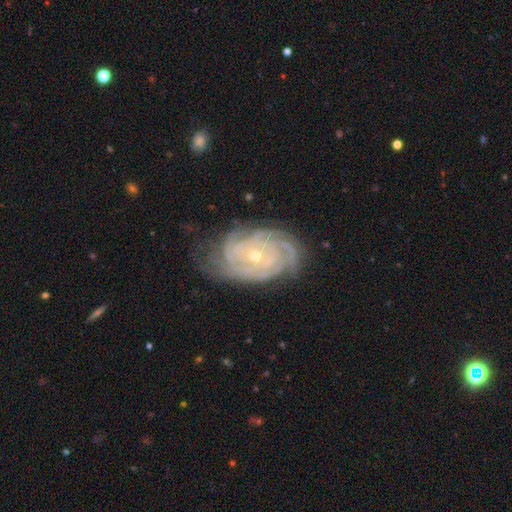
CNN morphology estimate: A featured or disk galaxy (90%) with no bar (72%), 4 (30%) tight (84%) spiral arms (98%) and a small central bulge (68%).

Vote fractions:
- Smooth or featured? featured or disk: 90% / star or artifact: 5% / smooth: 5%
- Edge-on disk? no: 97% / yes: 3%
- Bar? no: 72% / weak: 20% / strong: 8%
- Spiral arms? yes: 98% / no: 2%
- Spiral winding? tight: 84% / medium: 14% / loose: 2%
- Spiral arm count? 4: 30% / 3: 19% / can't tell: 19% / more than 4: 16% / 2: 10% / 1: 7%
- Bulge size? small: 68% / moderate: 29% / large: 1% / none: 1% / dominant: 1%
- Merging? none: 75% / minor disturbance: 18% / major disturbance: 5% / merger: 1%